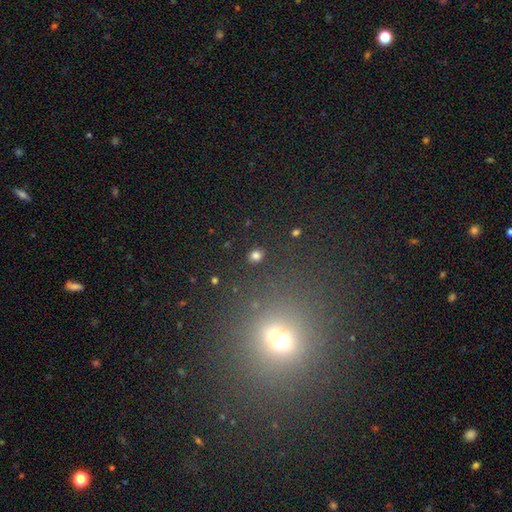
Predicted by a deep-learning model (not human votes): Morphology: type=smooth (81%); roundness=round (72%); merging=none (89%).